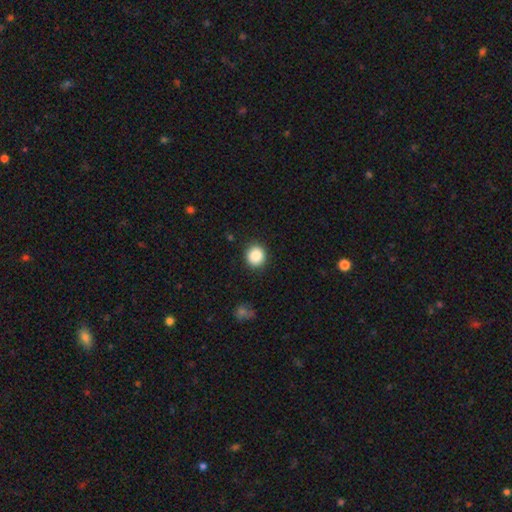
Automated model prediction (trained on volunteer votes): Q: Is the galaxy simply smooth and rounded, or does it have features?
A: smooth — 87%.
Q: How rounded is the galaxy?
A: round — 87%.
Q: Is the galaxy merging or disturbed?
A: none — 90%.